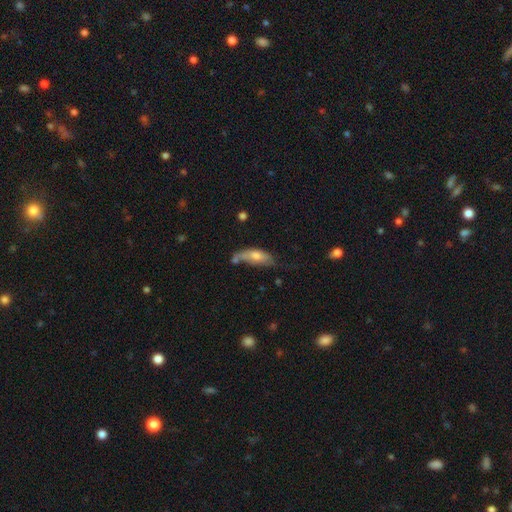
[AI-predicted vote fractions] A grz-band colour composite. It shows a smooth galaxy with no disk features (63%) that is in between round and cigar-shaped (69%). Merging: none (35%).